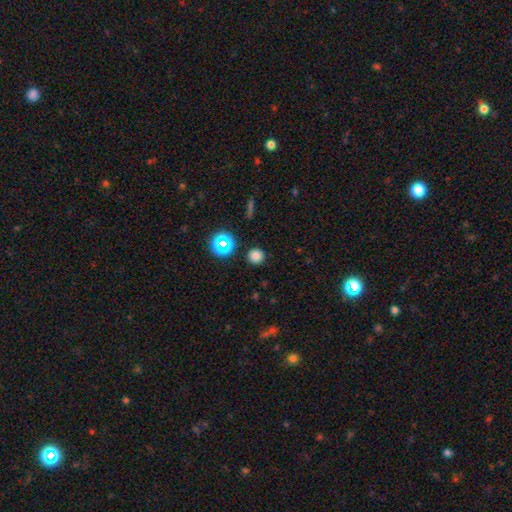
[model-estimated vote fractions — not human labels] smooth-or-featured: smooth: 77% | star or artifact: 18% | featured or disk: 6%
  how-rounded: round: 94% | in between: 5% | cigar-shaped: 1%
  merging: none: 90% | minor disturbance: 6% | major disturbance: 2% | merger: 2%